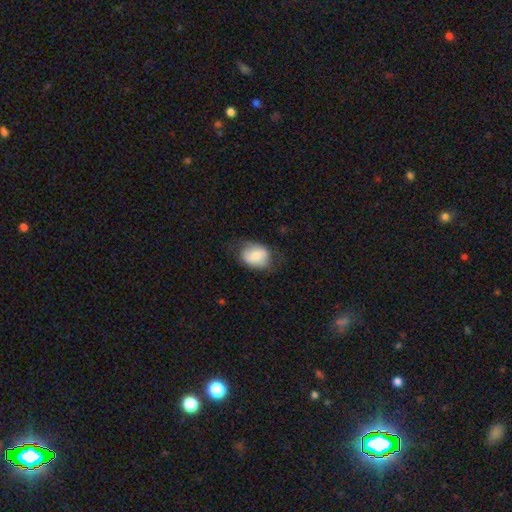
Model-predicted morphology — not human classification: Smooth or featured?
  - smooth: 72% *
  - featured or disk: 21%
  - star or artifact: 7%
How rounded?
  - in between: 66% *
  - round: 33%
  - cigar-shaped: 1%
Merging?
  - none: 65% *
  - minor disturbance: 24%
  - major disturbance: 10%
  - merger: 1%